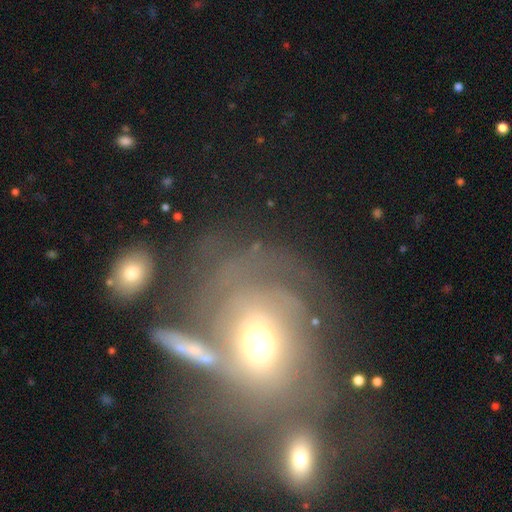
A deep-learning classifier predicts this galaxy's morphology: A featured or disk galaxy (63%) with no bar (71%), spiral arms (68%) and a moderate central bulge (62%).

Vote fractions:
- Smooth or featured? featured or disk: 63% / smooth: 24% / star or artifact: 14%
- Edge-on disk? no: 93% / yes: 7%
- Bar? no: 71% / weak: 21% / strong: 7%
- Spiral arms? yes: 68% / no: 32%
- Bulge size? moderate: 62% / large: 20% / small: 13% / dominant: 4% / none: 2%
- Merging? none: 42% / merger: 21% / major disturbance: 19% / minor disturbance: 17%